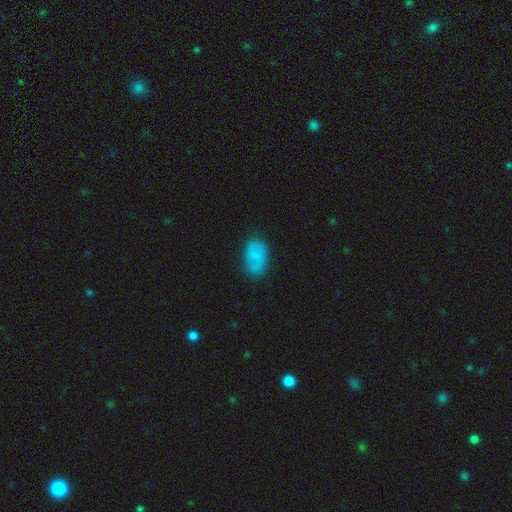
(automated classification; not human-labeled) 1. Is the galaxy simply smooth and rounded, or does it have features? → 69% smooth, 21% featured or disk, 10% star or artifact.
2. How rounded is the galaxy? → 90% in between, 9% round, 2% cigar-shaped.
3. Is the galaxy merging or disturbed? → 62% none, 25% minor disturbance, 9% major disturbance, 4% merger.